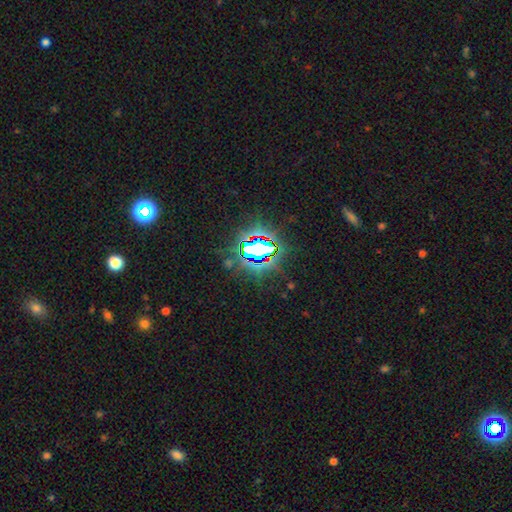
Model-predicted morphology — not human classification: smooth-or-featured: star or artifact: 76% | smooth: 13% | featured or disk: 10%